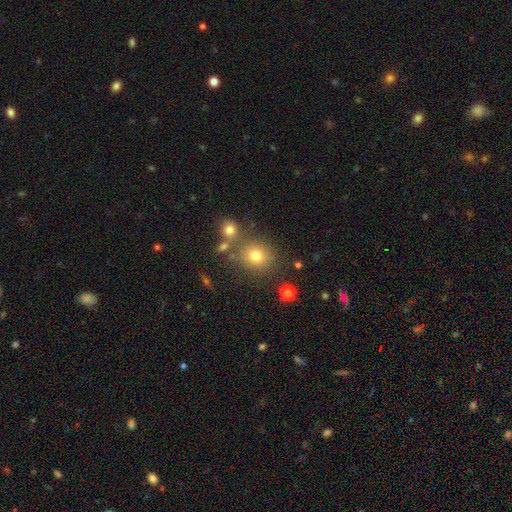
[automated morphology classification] A smooth galaxy with no disk features (75%) that is round (83%).

Vote fractions:
- Smooth or featured? smooth: 75% / star or artifact: 16% / featured or disk: 9%
- How rounded? round: 83% / in between: 16% / cigar-shaped: 1%
- Merging? none: 73% / merger: 12% / minor disturbance: 11% / major disturbance: 4%